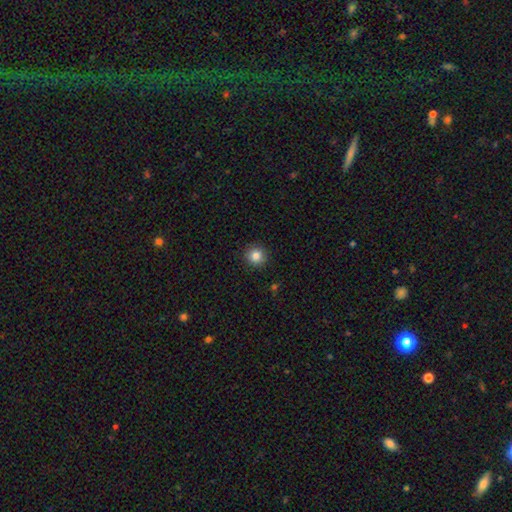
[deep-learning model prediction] smooth 83%, star or artifact 11%, featured or disk 6%. Down the decision tree: how rounded — round (94%); merging — none (92%).